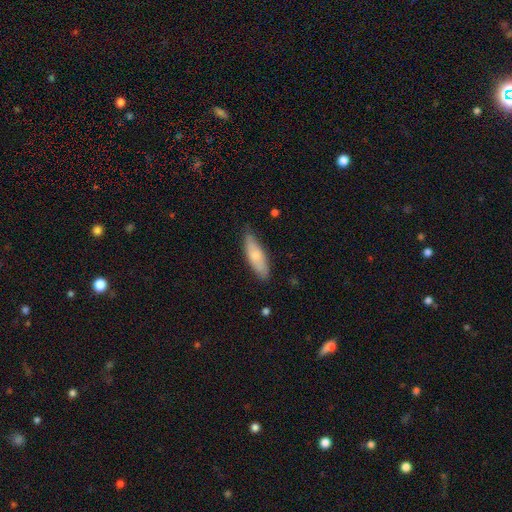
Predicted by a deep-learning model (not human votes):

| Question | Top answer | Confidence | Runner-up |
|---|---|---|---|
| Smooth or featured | smooth | 74% | featured or disk (20%) |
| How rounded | in between | 53% | cigar-shaped (45%) |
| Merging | none | 79% | minor disturbance (17%) |